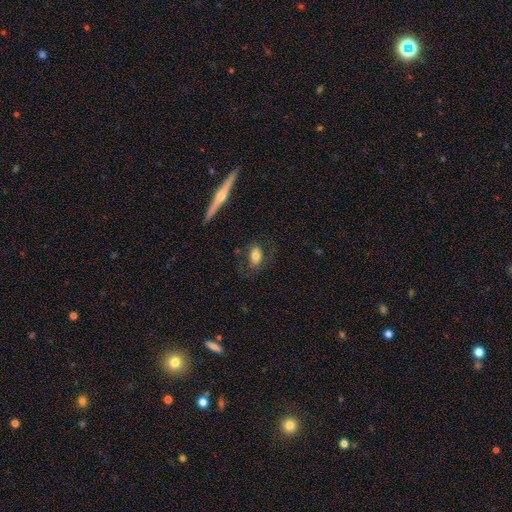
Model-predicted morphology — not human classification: This is likely a smooth galaxy (64%). How rounded: clearly in between (84%). Merging: likely none (65%).